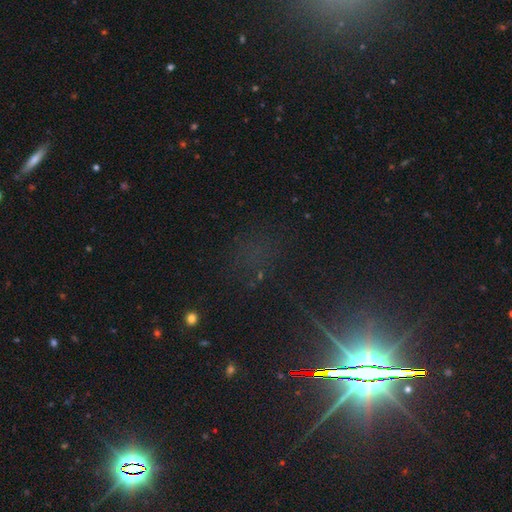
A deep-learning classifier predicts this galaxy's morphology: Overall: star or artifact (77%).